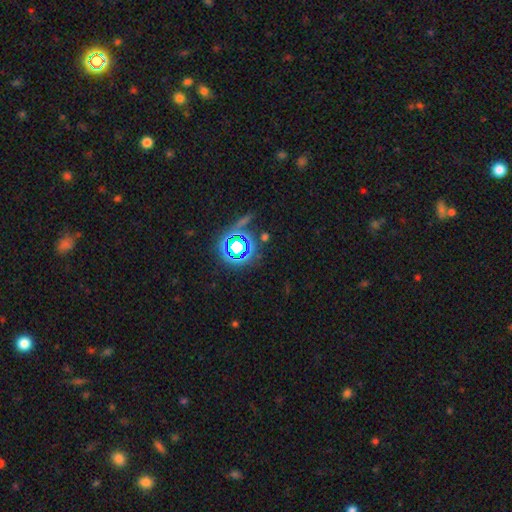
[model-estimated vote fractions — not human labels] A star or artifact, not a galaxy (72%).